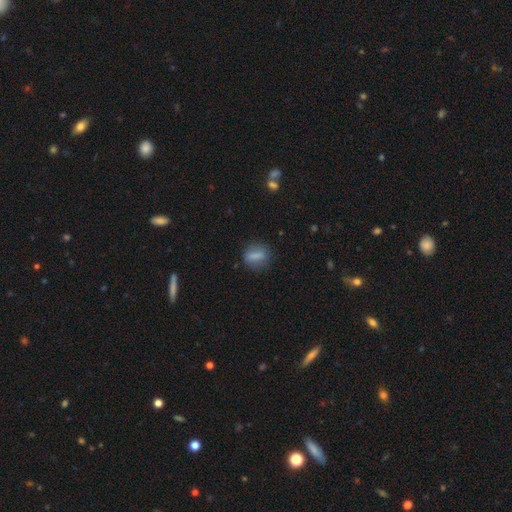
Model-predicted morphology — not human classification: Overall: smooth (72%). How rounded: in between (47%; round 35%). Merging: none (81%).